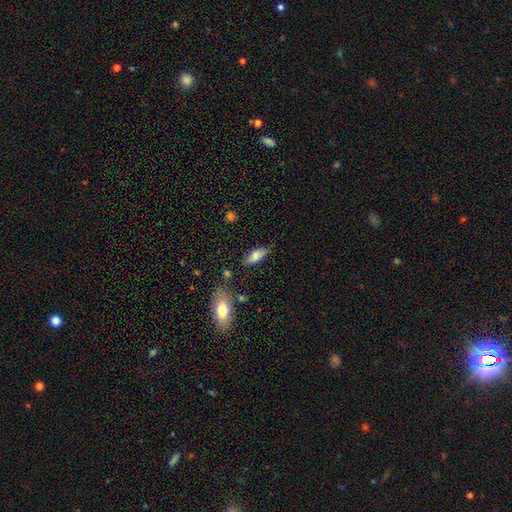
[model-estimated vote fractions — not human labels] smooth-or-featured: smooth: 81% | featured or disk: 12% | star or artifact: 7%
  how-rounded: in between: 82% | cigar-shaped: 15% | round: 2%
  merging: none: 75% | minor disturbance: 18% | major disturbance: 4% | merger: 3%